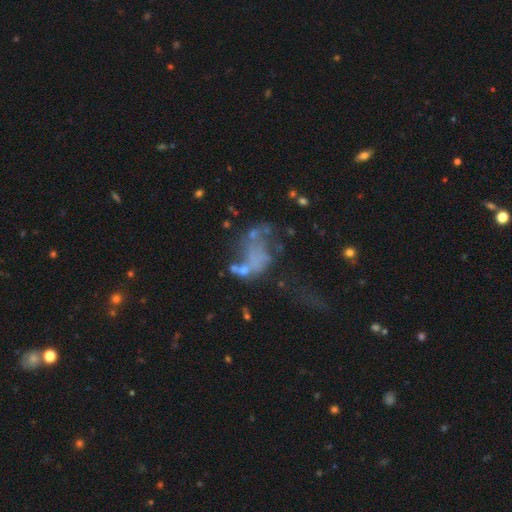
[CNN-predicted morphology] The model was most divided on "merging": major disturbance: 41%, none: 25%, merger: 20%, minor disturbance: 13%. More confident: edge-on disk — no (98%); smooth or featured — featured or disk (51%).